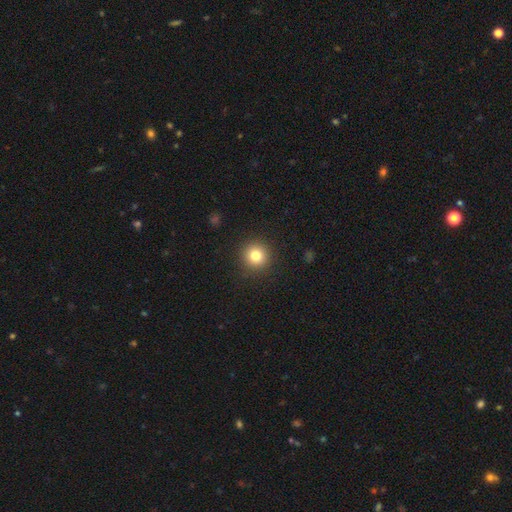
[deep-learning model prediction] Morphology: type=smooth (80%); roundness=round (95%); merging=none (92%).